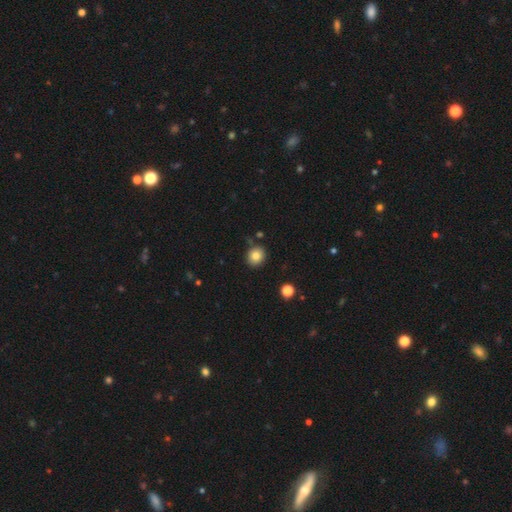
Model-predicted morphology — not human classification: The model was most divided on "how rounded": round: 77%, in between: 22%, cigar-shaped: 1%. More confident: merging — none (84%); smooth or featured — smooth (82%).